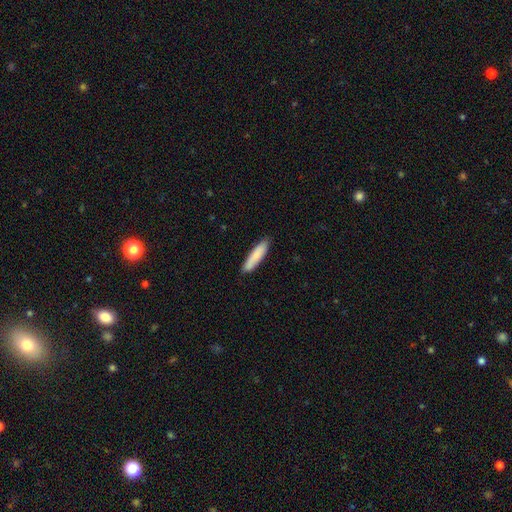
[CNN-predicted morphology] smooth_or_featured: smooth (p=0.85) [alt: featured or disk p=0.09]
how_rounded: cigar-shaped (p=0.81) [alt: in between p=0.18]
merging: none (p=0.86) [alt: minor disturbance p=0.11]